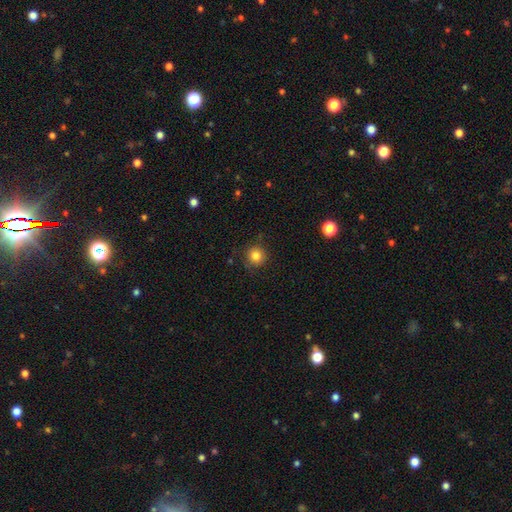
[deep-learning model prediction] Overall: smooth (83%). How rounded: round (94%). Merging: none (86%).